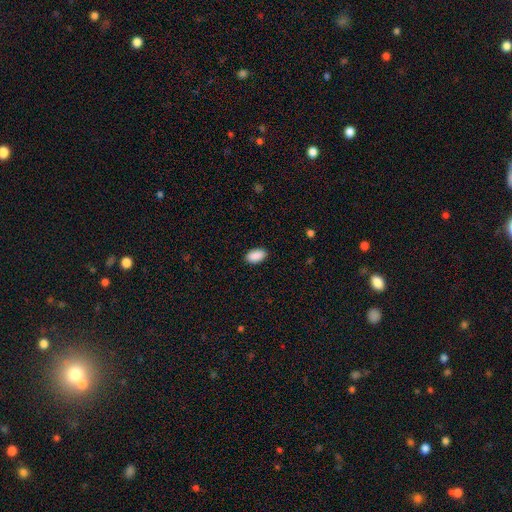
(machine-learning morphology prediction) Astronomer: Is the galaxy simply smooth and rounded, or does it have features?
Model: smooth — 91%.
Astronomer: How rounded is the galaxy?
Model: in between — 94%.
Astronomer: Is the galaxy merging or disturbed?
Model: none — 89%.